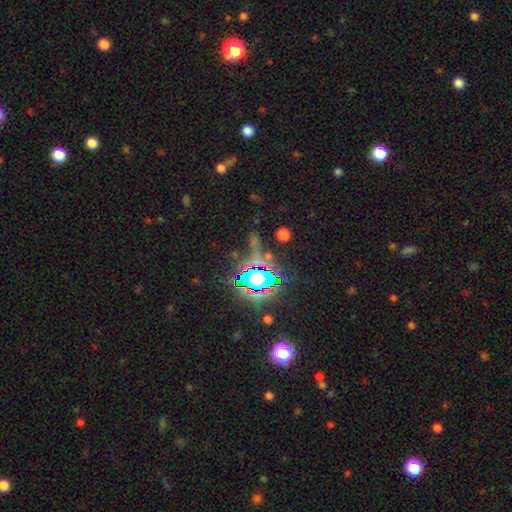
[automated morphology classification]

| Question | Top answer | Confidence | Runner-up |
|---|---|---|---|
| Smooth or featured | star or artifact | 79% | smooth (12%) |